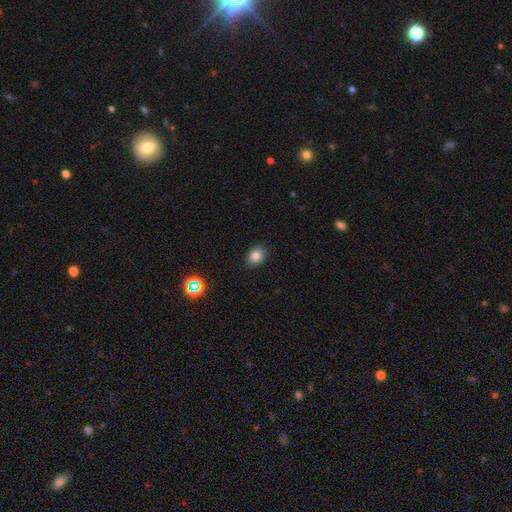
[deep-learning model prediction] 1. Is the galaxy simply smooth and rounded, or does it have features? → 82% smooth, 12% star or artifact, 6% featured or disk.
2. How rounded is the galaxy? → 60% in between, 39% round, 1% cigar-shaped.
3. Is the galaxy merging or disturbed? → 87% none, 10% minor disturbance, 2% major disturbance, 1% merger.